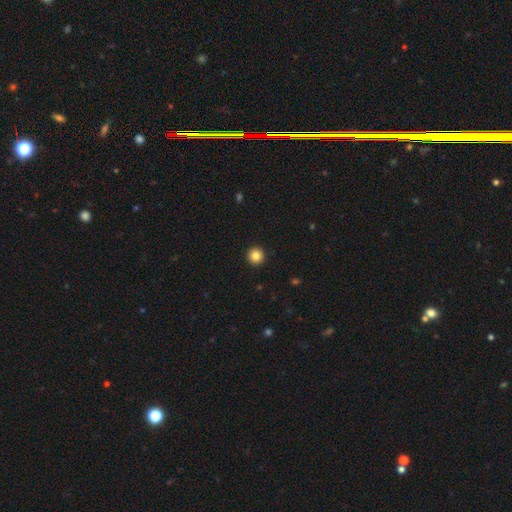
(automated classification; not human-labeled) smooth 85%, star or artifact 11%, featured or disk 5%. Down the decision tree: how rounded — round (97%); merging — none (94%).